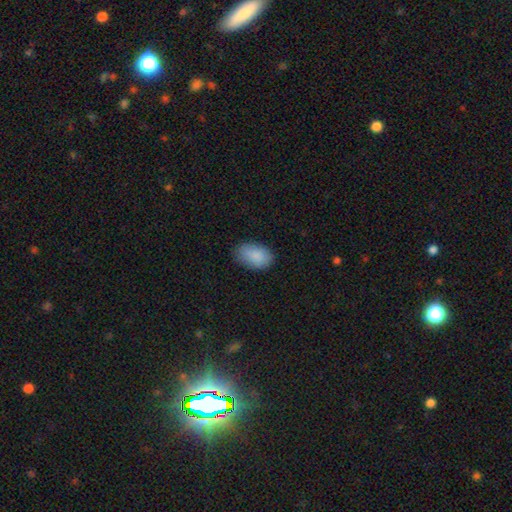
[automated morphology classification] Overall: smooth (88%). How rounded: in between (91%). Merging: none (79%).